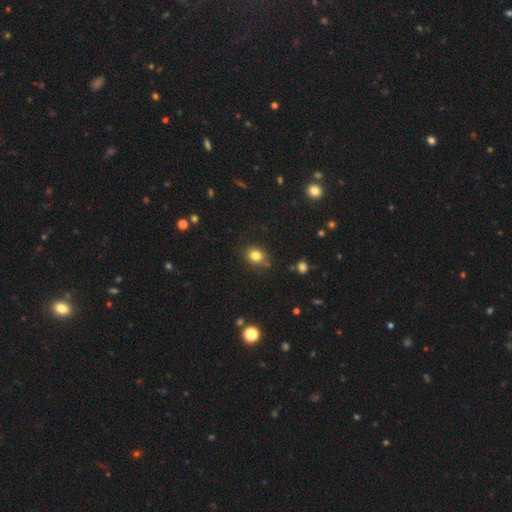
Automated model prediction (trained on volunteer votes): The model was most divided on "how rounded": round: 64%, in between: 35%, cigar-shaped: 1%. More confident: smooth or featured — smooth (80%); merging — none (78%).